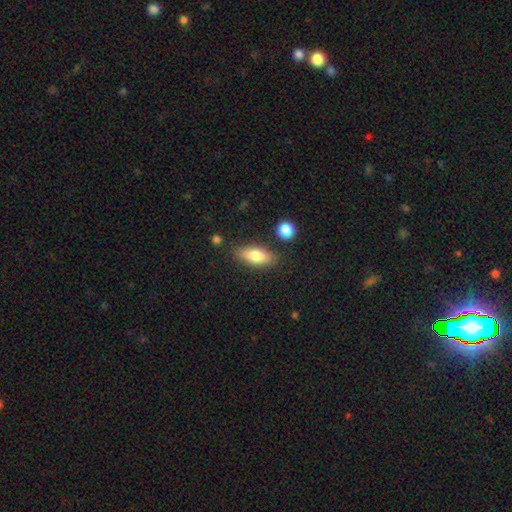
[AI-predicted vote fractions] Morphology: type=smooth (75%); roundness=in between (73%); merging=none (81%).